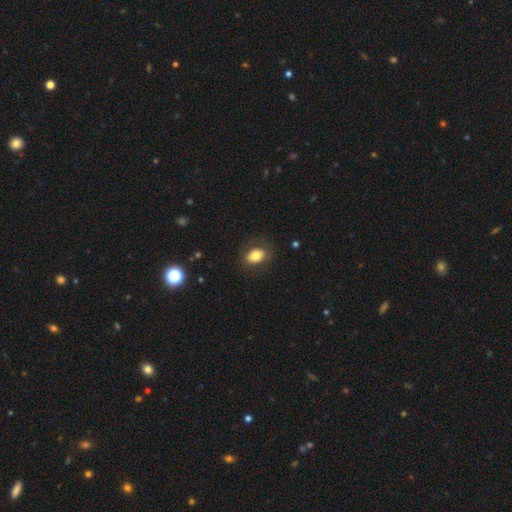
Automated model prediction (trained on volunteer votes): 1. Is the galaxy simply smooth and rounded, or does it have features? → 77% smooth, 14% featured or disk, 9% star or artifact.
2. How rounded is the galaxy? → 75% in between, 23% round, 1% cigar-shaped.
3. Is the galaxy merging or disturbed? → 81% none, 13% minor disturbance, 5% major disturbance, 1% merger.